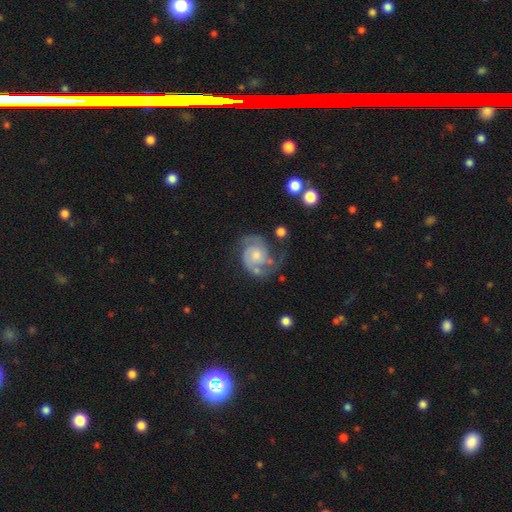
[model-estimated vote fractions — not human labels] This appears to be a featured or disk galaxy (85%) with no bar (72%), 2 (84%) medium (47%) spiral arms (96%) and a moderate central bulge (44%). Merging: none (57%).